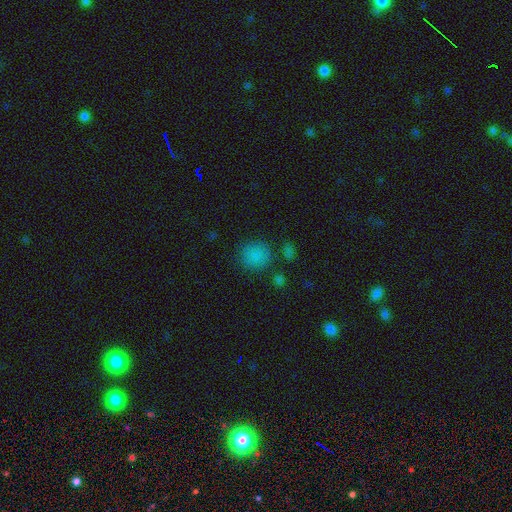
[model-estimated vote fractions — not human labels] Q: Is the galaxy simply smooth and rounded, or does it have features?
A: smooth — 82%.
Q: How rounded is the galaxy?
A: round — 89%.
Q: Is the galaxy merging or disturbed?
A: none — 79%.